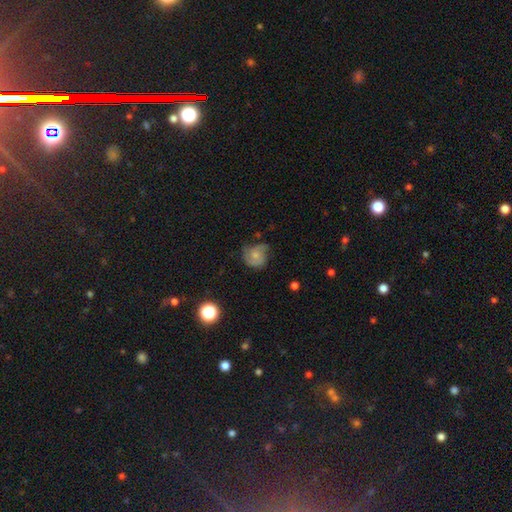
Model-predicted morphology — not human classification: Smooth or featured? Predicted: featured or disk (p=0.55). Edge-on disk? Predicted: no (p=0.98). Bar? Predicted: no (p=0.75). Spiral arms? Predicted: yes (p=0.87). Bulge size? Predicted: small (p=0.55). Merging? Predicted: none (p=0.57).